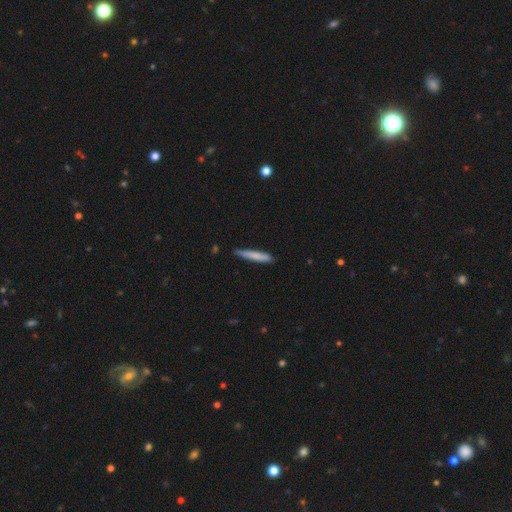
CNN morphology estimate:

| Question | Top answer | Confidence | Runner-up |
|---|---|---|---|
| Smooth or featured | smooth | 75% | featured or disk (19%) |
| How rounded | cigar-shaped | 94% | in between (4%) |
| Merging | none | 83% | minor disturbance (14%) |